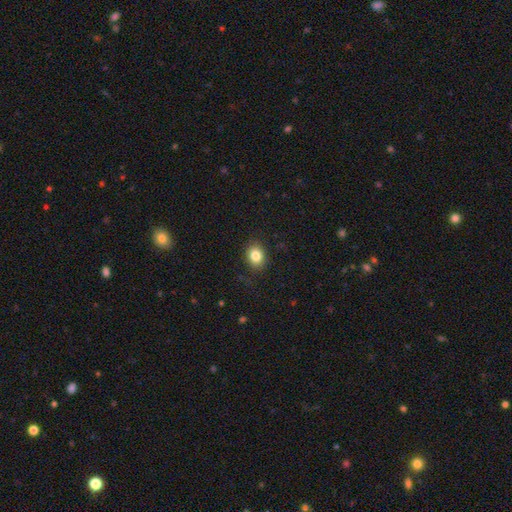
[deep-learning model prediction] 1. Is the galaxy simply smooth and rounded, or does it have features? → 84% smooth, 10% star or artifact, 6% featured or disk.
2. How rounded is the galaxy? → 50% round, 49% in between, 1% cigar-shaped.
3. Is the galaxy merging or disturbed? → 85% none, 11% minor disturbance, 3% major disturbance, 1% merger.